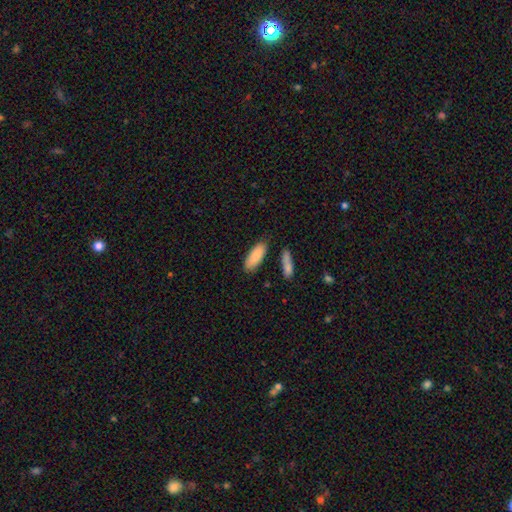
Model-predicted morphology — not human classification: The model was most divided on "how rounded": in between: 74%, cigar-shaped: 24%, round: 2%. More confident: smooth or featured — smooth (86%); merging — none (80%).